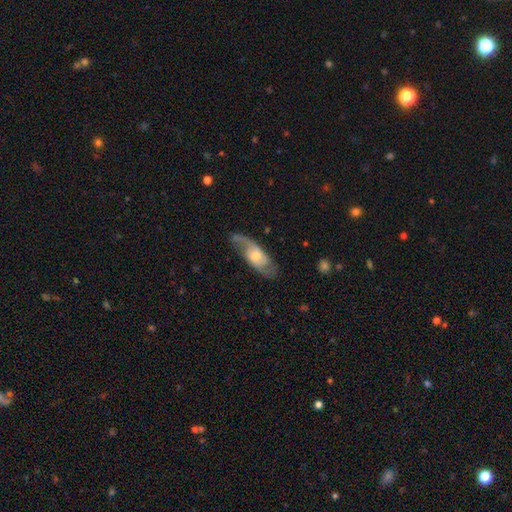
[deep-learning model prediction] A featured or disk galaxy (71%) with no bar (54%), 2 (75%) medium (45%) spiral arms (90%) and a moderate central bulge (55%).

Vote fractions:
- Smooth or featured? featured or disk: 71% / smooth: 24% / star or artifact: 6%
- Edge-on disk? no: 87% / yes: 13%
- Bar? no: 54% / weak: 38% / strong: 7%
- Spiral arms? yes: 90% / no: 10%
- Spiral winding? medium: 45% / loose: 38% / tight: 17%
- Spiral arm count? 2: 75% / 1: 11% / can't tell: 10% / 3: 2% / 4: 1% / more than 4: 1%
- Bulge size? moderate: 55% / small: 30% / large: 10% / none: 4% / dominant: 1%
- Merging? none: 68% / minor disturbance: 20% / major disturbance: 10% / merger: 2%